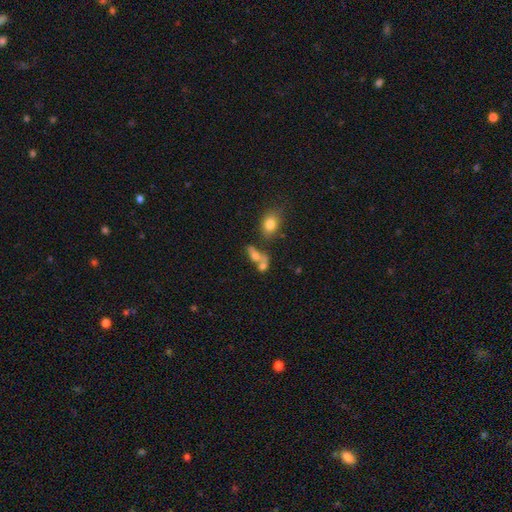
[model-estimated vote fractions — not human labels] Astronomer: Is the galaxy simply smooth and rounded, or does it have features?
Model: smooth — 63%.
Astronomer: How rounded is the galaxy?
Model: in between — 66%.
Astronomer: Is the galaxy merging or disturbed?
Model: merger — 51% (runner-up: none, 31%).